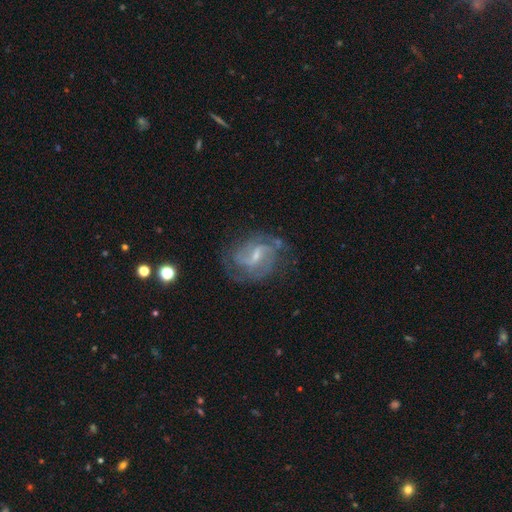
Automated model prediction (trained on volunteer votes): The model was most divided on "spiral winding": medium: 49%, tight: 26%, loose: 25%. More confident: edge-on disk — no (97%); spiral arms — yes (93%); smooth or featured — featured or disk (83%); merging — none (64%); spiral arm count — 2 (64%); bar — weak (59%); bulge size — small (59%).